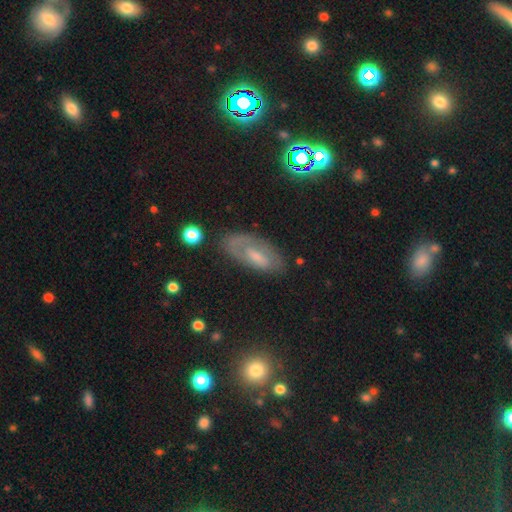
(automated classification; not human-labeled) smooth-or-featured: featured or disk: 50% | smooth: 35% | star or artifact: 14%
  disk-edge-on: no: 85% | yes: 15%
  merging: none: 67% | minor disturbance: 22% | major disturbance: 9% | merger: 2%